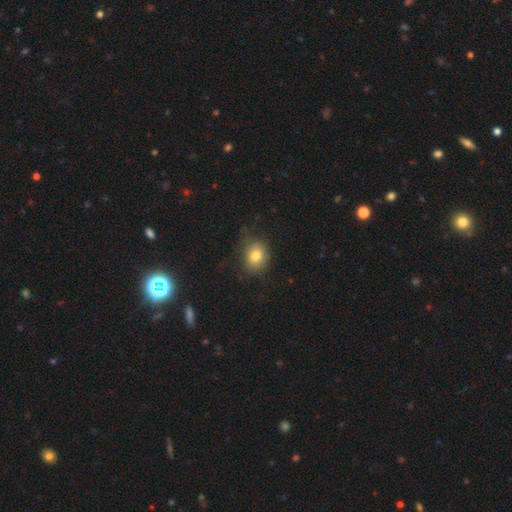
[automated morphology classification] smooth-or-featured: smooth: 79% | star or artifact: 11% | featured or disk: 11%
  how-rounded: round: 59% | in between: 40% | cigar-shaped: 1%
  merging: none: 67% | minor disturbance: 22% | major disturbance: 9% | merger: 1%